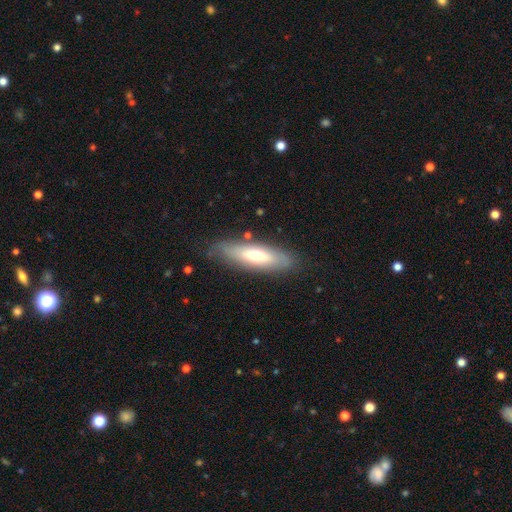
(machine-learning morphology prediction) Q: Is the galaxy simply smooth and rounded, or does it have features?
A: smooth — 58%.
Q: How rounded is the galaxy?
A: cigar-shaped — 54%.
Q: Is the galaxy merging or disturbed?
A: none — 80%.